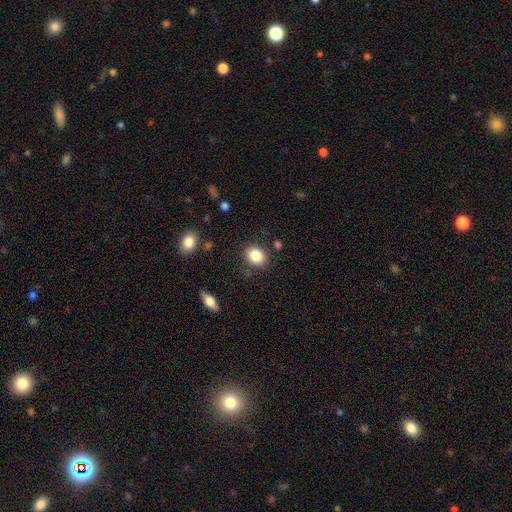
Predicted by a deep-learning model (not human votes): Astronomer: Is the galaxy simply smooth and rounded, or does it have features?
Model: smooth — 86%.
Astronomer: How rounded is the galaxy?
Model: round — 61% (runner-up: in between, 38%).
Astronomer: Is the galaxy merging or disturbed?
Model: none — 84%.